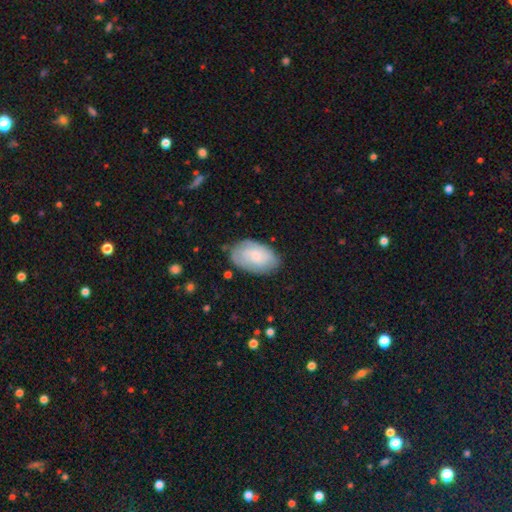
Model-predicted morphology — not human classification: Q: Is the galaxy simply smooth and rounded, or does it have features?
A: smooth — 59%.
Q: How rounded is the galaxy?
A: in between — 92%.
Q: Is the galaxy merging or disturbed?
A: none — 74%.